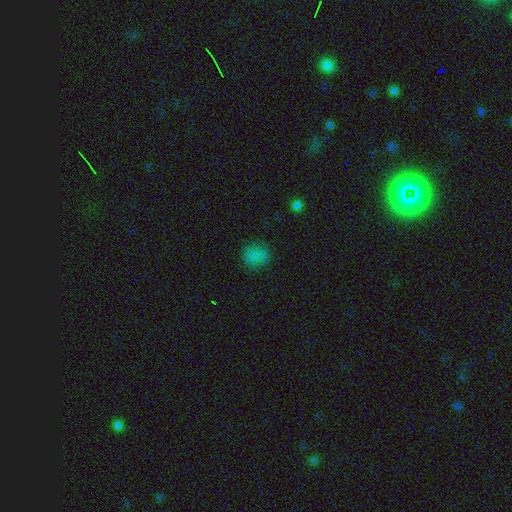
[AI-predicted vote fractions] smooth-or-featured: smooth: 79% | star or artifact: 16% | featured or disk: 5%
  how-rounded: round: 82% | in between: 17% | cigar-shaped: 1%
  merging: none: 85% | minor disturbance: 11% | major disturbance: 3% | merger: 1%